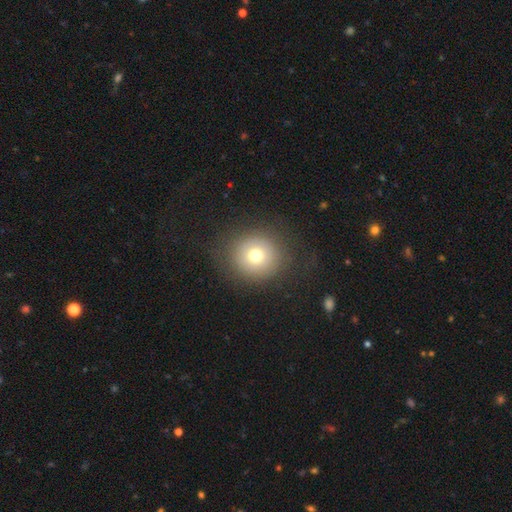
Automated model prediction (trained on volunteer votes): Q: Smooth or featured?
A: smooth (69%); runner-up: featured or disk (18%)
Q: How rounded?
A: round (92%); runner-up: in between (7%)
Q: Merging?
A: none (85%); runner-up: minor disturbance (8%)